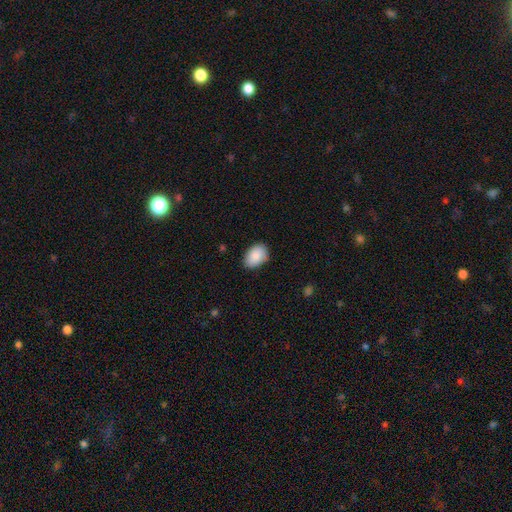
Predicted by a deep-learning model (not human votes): A smooth galaxy with no disk features (89%) that is in between round and cigar-shaped (84%).

Vote fractions:
- Smooth or featured? smooth: 89% / star or artifact: 7% / featured or disk: 5%
- How rounded? in between: 84% / round: 15% / cigar-shaped: 1%
- Merging? none: 80% / minor disturbance: 17% / major disturbance: 3% / merger: 1%